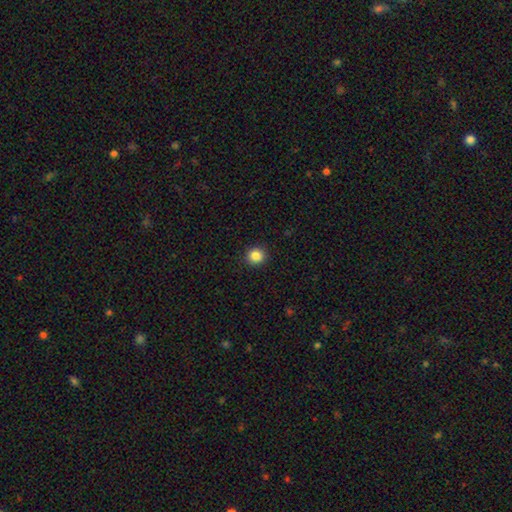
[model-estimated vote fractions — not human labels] smooth-or-featured: smooth: 85% | star or artifact: 11% | featured or disk: 4%
  how-rounded: round: 92% | in between: 7% | cigar-shaped: 1%
  merging: none: 92% | minor disturbance: 5% | major disturbance: 2% | merger: 1%